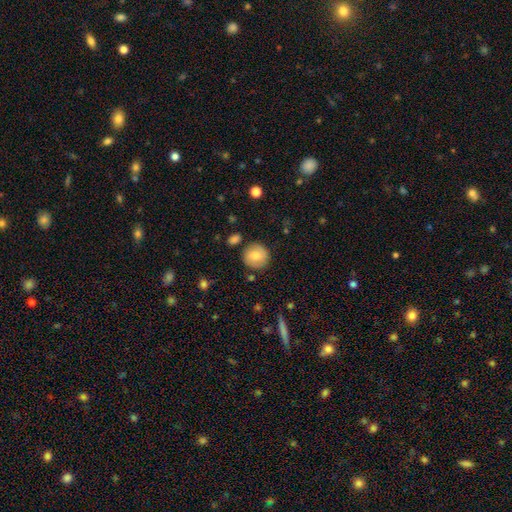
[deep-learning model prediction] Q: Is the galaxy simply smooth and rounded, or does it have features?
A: smooth — 72%.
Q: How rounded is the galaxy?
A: round — 92%.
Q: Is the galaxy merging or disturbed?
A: none — 84%.